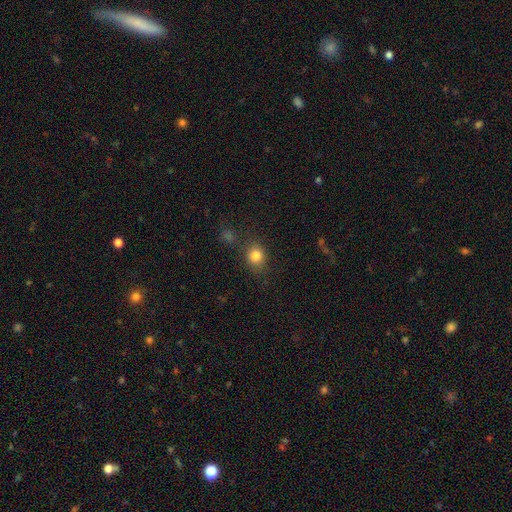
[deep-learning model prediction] This is clearly a smooth galaxy (82%). How rounded: likely round (73%). Merging: likely none (78%).